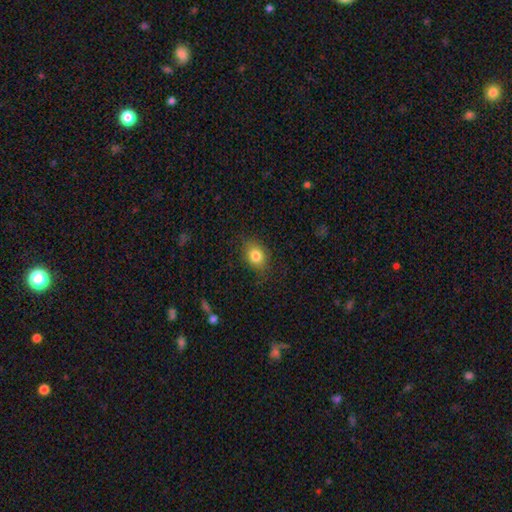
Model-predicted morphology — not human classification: Q: Smooth or featured?
A: smooth (82%); runner-up: star or artifact (10%)
Q: How rounded?
A: in between (58%); runner-up: round (40%)
Q: Merging?
A: none (80%); runner-up: minor disturbance (15%)